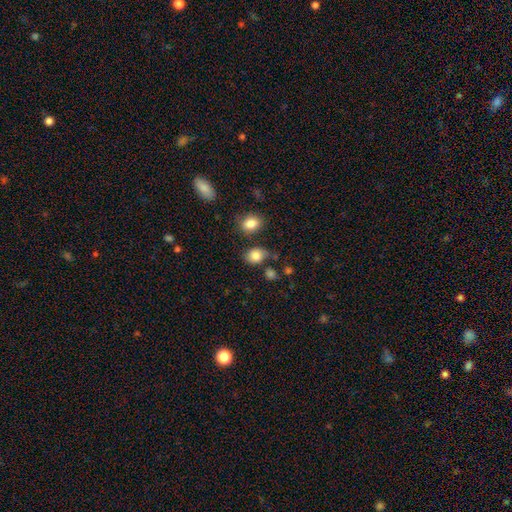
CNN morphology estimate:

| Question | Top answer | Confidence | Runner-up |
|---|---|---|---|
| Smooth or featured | smooth | 83% | star or artifact (10%) |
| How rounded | in between | 58% | round (41%) |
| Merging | none | 67% | minor disturbance (19%) |